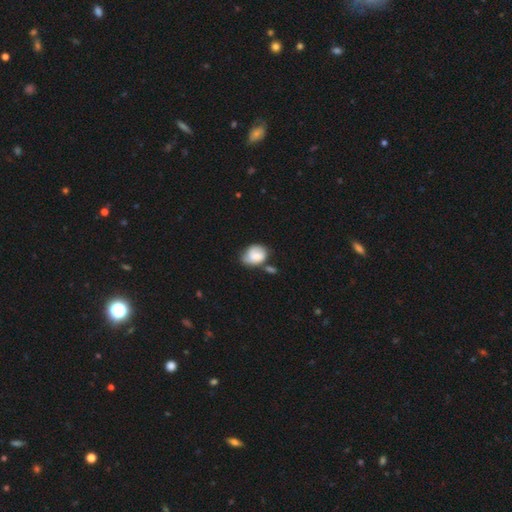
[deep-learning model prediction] Smooth or featured? Predicted: smooth (p=0.65). How rounded? Predicted: in between (p=0.57). Merging? Predicted: none (p=0.41).